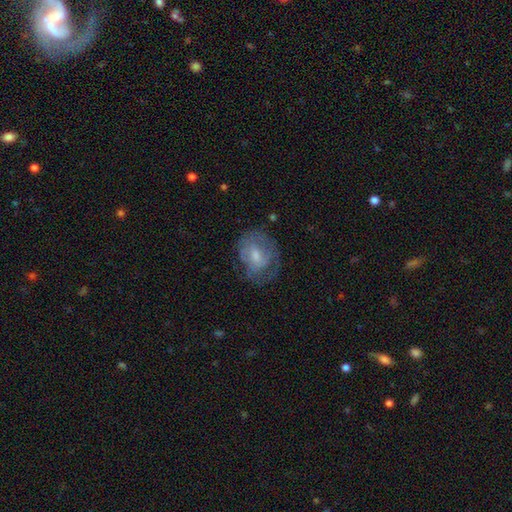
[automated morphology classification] Smooth or featured? featured or disk (52%)
Edge-on disk? no (96%)
Merging? none (60%)